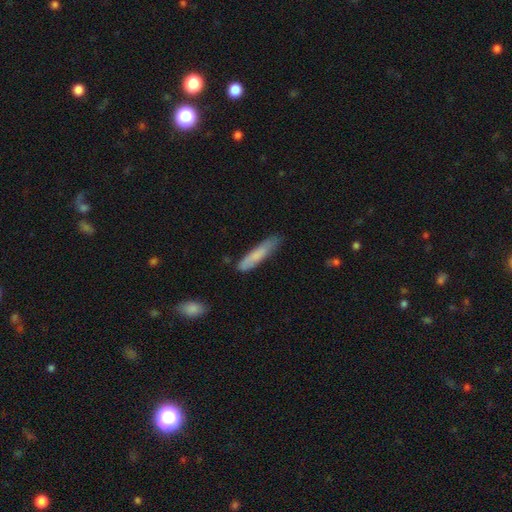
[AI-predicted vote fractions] smooth-or-featured: smooth: 75% | featured or disk: 19% | star or artifact: 6%
  how-rounded: cigar-shaped: 86% | in between: 13% | round: 1%
  merging: none: 73% | minor disturbance: 21% | major disturbance: 4% | merger: 2%